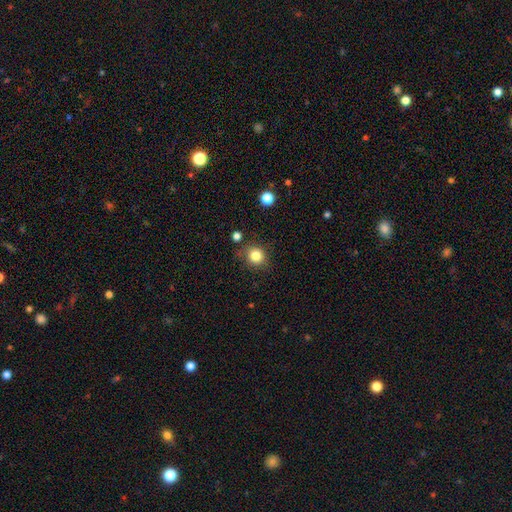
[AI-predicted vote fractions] Smooth or featured? Predicted: smooth (p=0.82). How rounded? Predicted: round (p=0.86). Merging? Predicted: none (p=0.78).